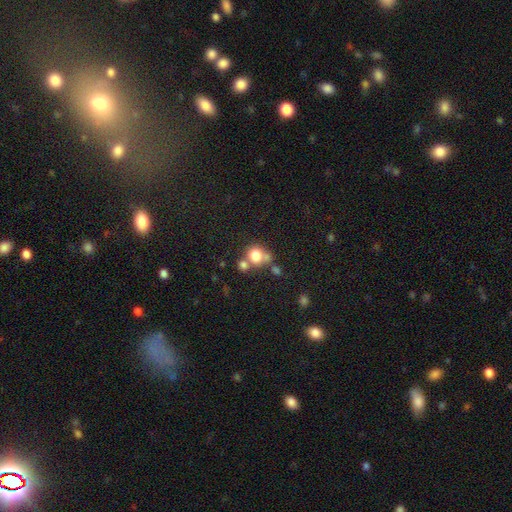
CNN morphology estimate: Smooth or featured? smooth (75%)
How rounded? round (77%)
Merging? none (43%)